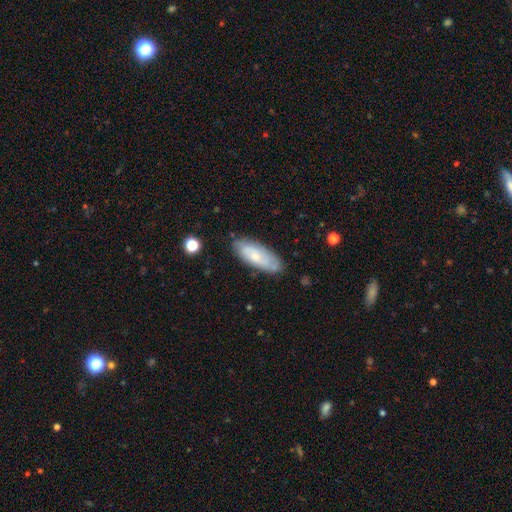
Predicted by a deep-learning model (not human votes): Overall: smooth (52%; featured or disk 41%). How rounded: in between (72%). Merging: none (76%).